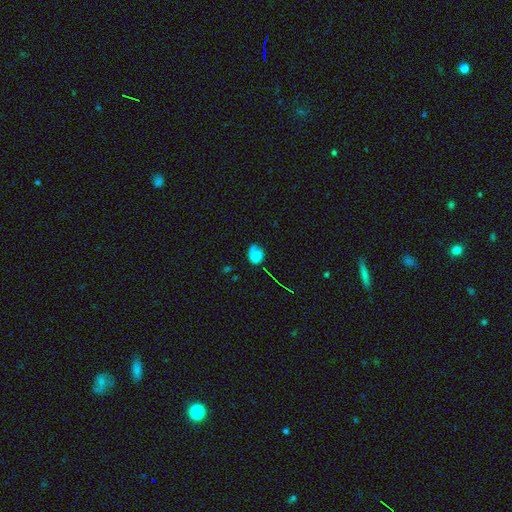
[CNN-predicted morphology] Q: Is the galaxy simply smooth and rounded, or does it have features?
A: smooth — 60%.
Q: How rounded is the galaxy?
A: in between — 55%.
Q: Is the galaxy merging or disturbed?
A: none — 51%.